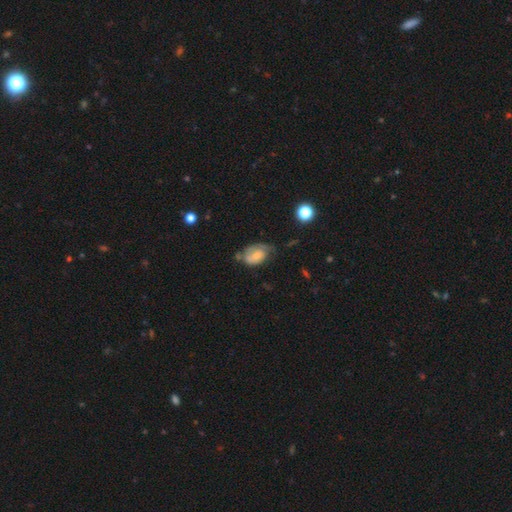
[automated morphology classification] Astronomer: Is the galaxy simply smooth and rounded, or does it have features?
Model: smooth — 47% (runner-up: featured or disk, 44%).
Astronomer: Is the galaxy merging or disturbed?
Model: none — 36% (runner-up: minor disturbance, 35%).